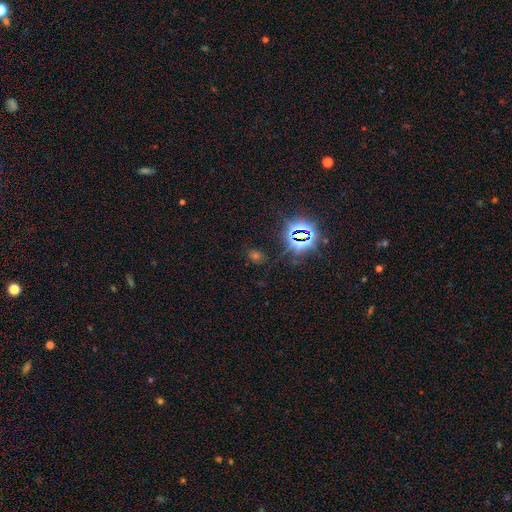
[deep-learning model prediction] Smooth or featured?
  - star or artifact: 66% *
  - smooth: 25%
  - featured or disk: 9%